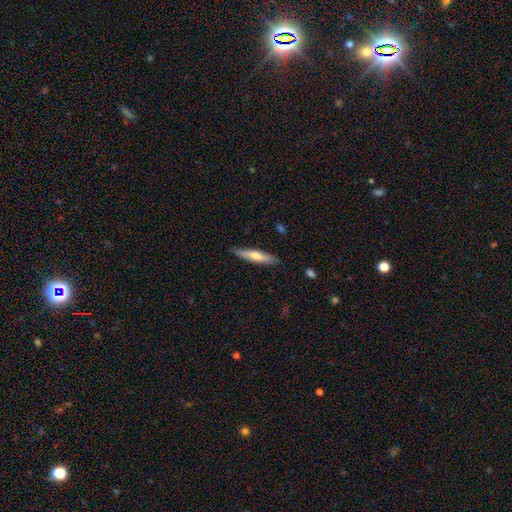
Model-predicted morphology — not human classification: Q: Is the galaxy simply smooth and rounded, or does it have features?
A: smooth — 56%.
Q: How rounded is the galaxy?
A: cigar-shaped — 88%.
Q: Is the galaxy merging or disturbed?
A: none — 86%.